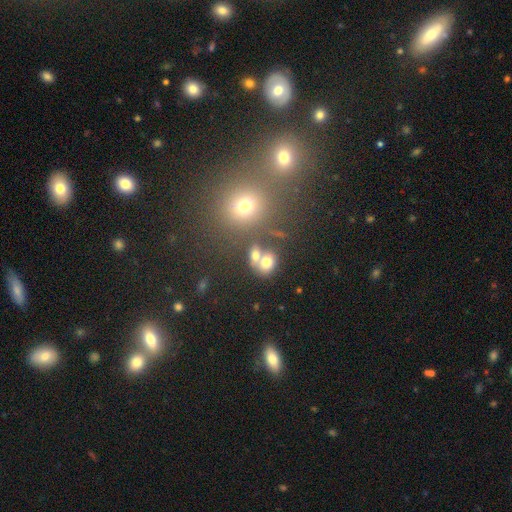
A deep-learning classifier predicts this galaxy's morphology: The model was most divided on "how rounded": round: 51%, in between: 47%, cigar-shaped: 2%. Remaining: smooth or featured — smooth (69%); merging — merger (47%).